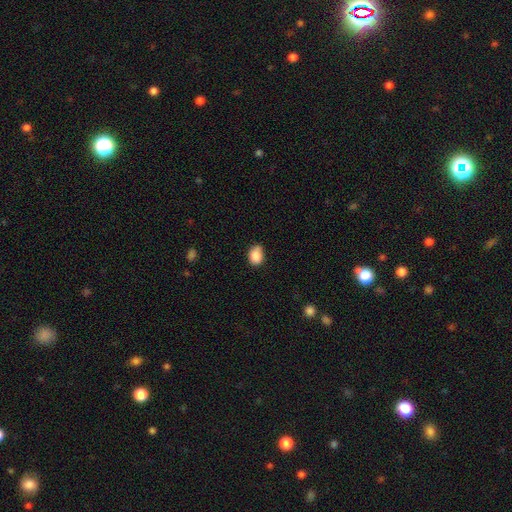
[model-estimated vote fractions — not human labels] smooth_or_featured: smooth (p=0.88) [alt: star or artifact p=0.08]
how_rounded: in between (p=0.65) [alt: round p=0.34]
merging: none (p=0.67) [alt: minor disturbance p=0.27]